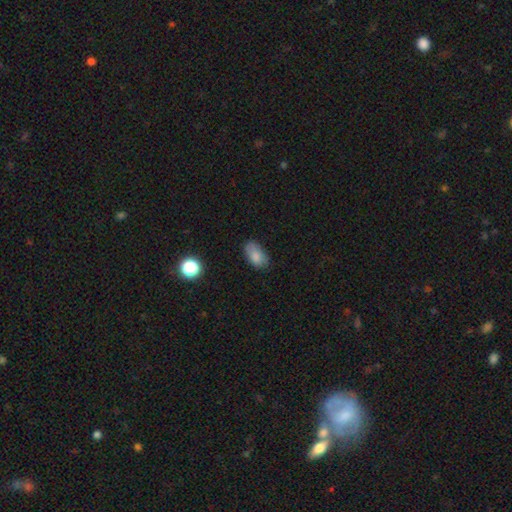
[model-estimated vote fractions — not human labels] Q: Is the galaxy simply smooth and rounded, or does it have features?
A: smooth — 81%.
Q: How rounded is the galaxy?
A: in between — 92%.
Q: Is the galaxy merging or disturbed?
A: none — 71%.